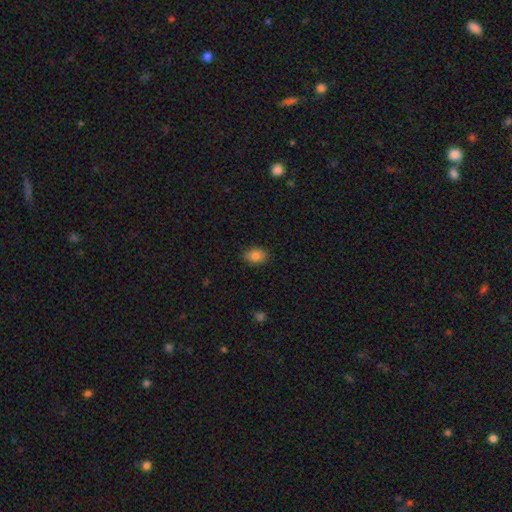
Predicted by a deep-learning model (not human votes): smooth_or_featured: smooth (p=0.84) [alt: star or artifact p=0.10]
how_rounded: in between (p=0.75) [alt: round p=0.23]
merging: none (p=0.87) [alt: minor disturbance p=0.10]